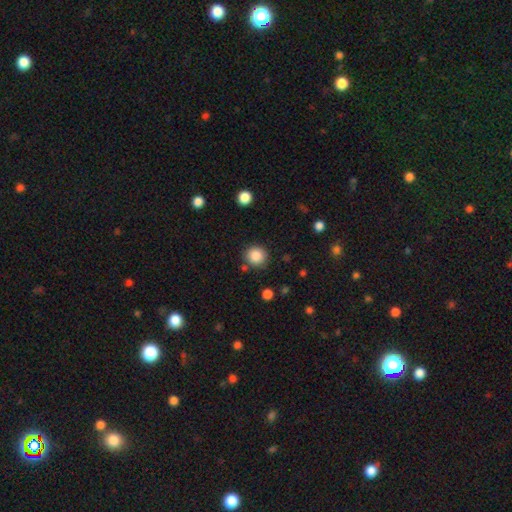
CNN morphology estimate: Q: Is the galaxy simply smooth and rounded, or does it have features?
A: smooth — 86%.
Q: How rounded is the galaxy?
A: round — 92%.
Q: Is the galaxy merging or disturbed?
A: none — 84%.